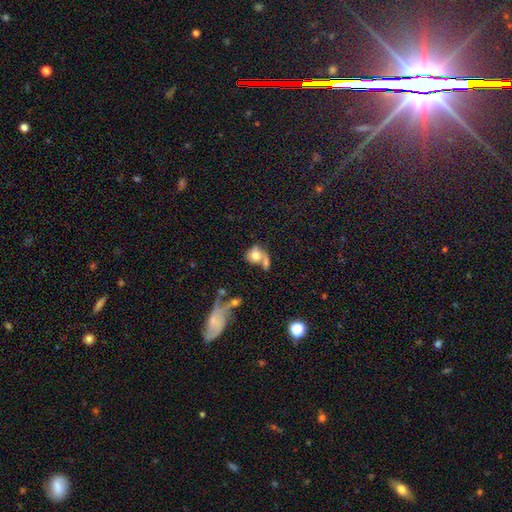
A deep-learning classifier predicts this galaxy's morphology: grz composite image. It shows a smooth galaxy with no disk features (63%) that is round (56%). Merging: merger (45%).